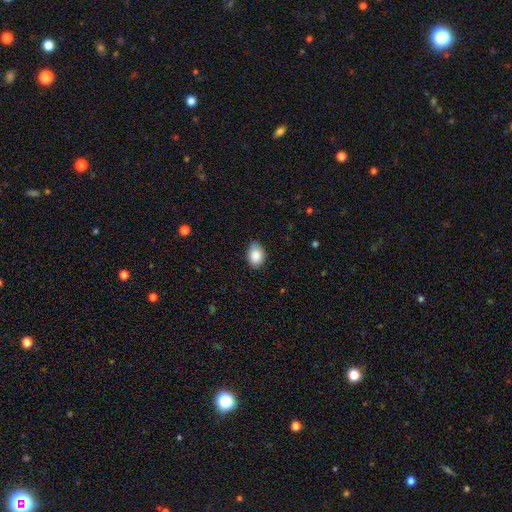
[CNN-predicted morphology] smooth-or-featured: smooth: 88% | star or artifact: 7% | featured or disk: 5%
  how-rounded: in between: 79% | round: 20% | cigar-shaped: 1%
  merging: none: 75% | minor disturbance: 21% | major disturbance: 3% | merger: 1%